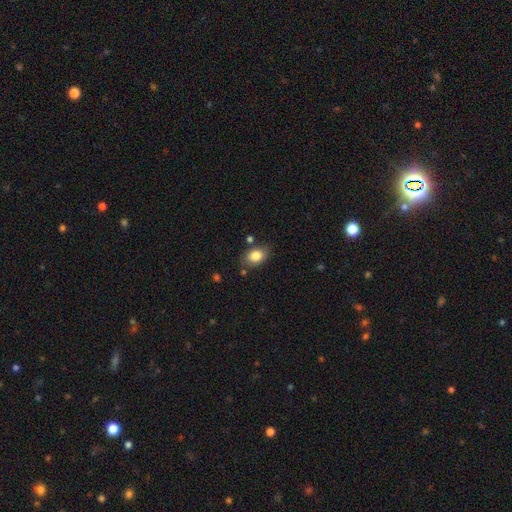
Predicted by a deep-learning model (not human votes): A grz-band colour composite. It shows a smooth galaxy with no disk features (84%) that is in between round and cigar-shaped (77%). Merging: none (76%).